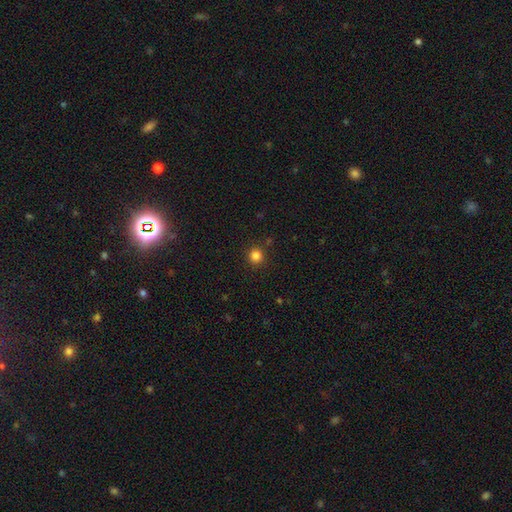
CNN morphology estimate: smooth-or-featured: smooth: 83% | star or artifact: 13% | featured or disk: 4%
  how-rounded: round: 93% | in between: 6% | cigar-shaped: 1%
  merging: none: 89% | minor disturbance: 7% | major disturbance: 2% | merger: 2%